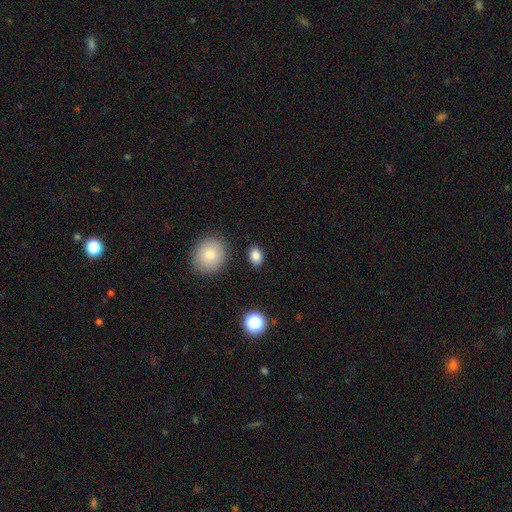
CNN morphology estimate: smooth 85%, star or artifact 10%, featured or disk 5%. Down the decision tree: how rounded — in between (74%); merging — none (87%).